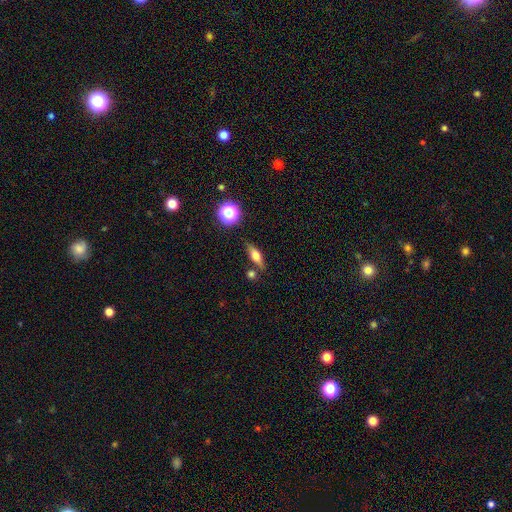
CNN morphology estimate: This appears to be a smooth galaxy with no disk features (51%) that is in between round and cigar-shaped (46%). Merging: none (76%).